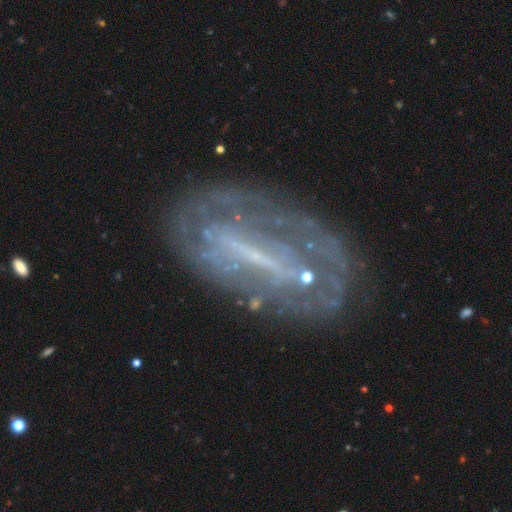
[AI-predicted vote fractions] Overall: featured or disk (74%). Edge-on disk: no (90%). Bar: strong (52%; weak 30%). Spiral arms: yes (59%; no 41%). Bulge size: none (48%; small 35%). Merging: none (61%).